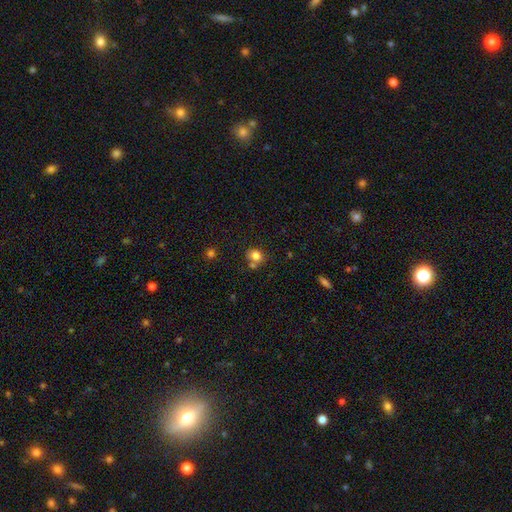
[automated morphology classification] Q: Smooth or featured?
A: smooth (80%); runner-up: star or artifact (11%)
Q: How rounded?
A: round (68%); runner-up: in between (31%)
Q: Merging?
A: none (62%); runner-up: merger (21%)